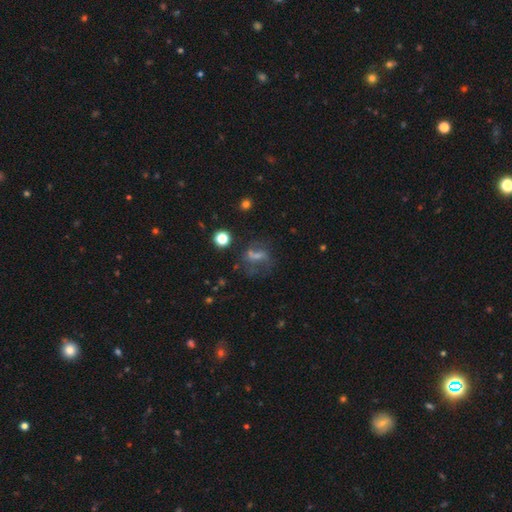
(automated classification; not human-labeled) Smooth or featured?
  - featured or disk: 39% *
  - smooth: 33%
  - star or artifact: 28%
Merging?
  - none: 53% *
  - major disturbance: 22%
  - minor disturbance: 19%
  - merger: 7%